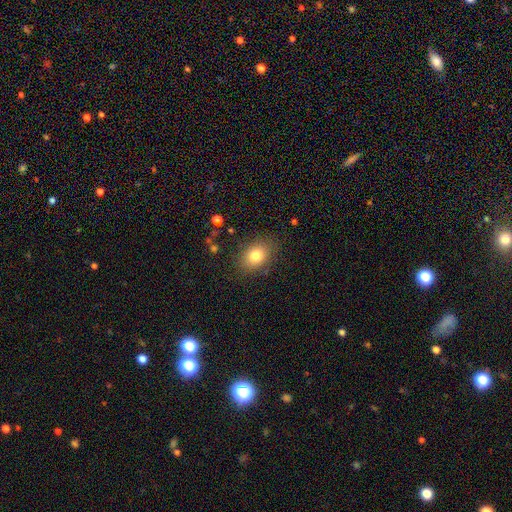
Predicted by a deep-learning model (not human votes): This is clearly a smooth galaxy (80%). How rounded: likely in between (67%). Merging: clearly none (84%).